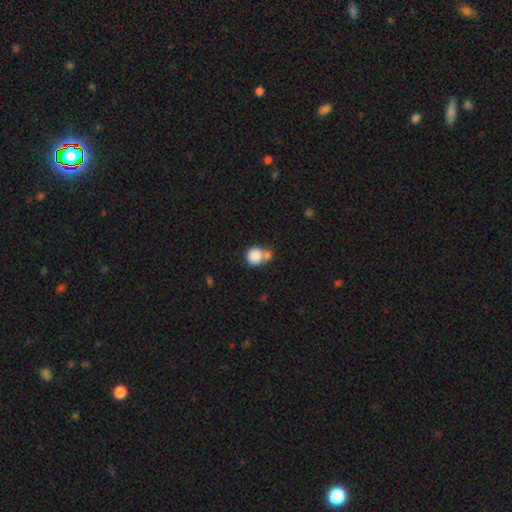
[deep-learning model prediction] Smooth or featured?
  - smooth: 85% *
  - star or artifact: 9%
  - featured or disk: 6%
How rounded?
  - round: 84% *
  - in between: 15%
  - cigar-shaped: 1%
Merging?
  - merger: 41% *
  - none: 39%
  - minor disturbance: 14%
  - major disturbance: 6%